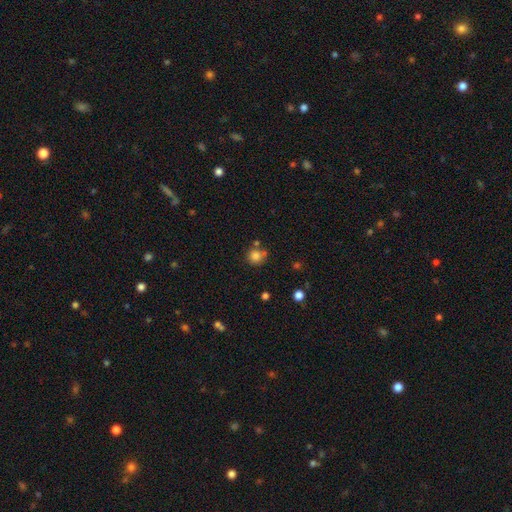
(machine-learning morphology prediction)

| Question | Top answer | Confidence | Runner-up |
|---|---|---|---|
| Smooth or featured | smooth | 81% | star or artifact (12%) |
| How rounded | round | 90% | in between (9%) |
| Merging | none | 65% | merger (18%) |